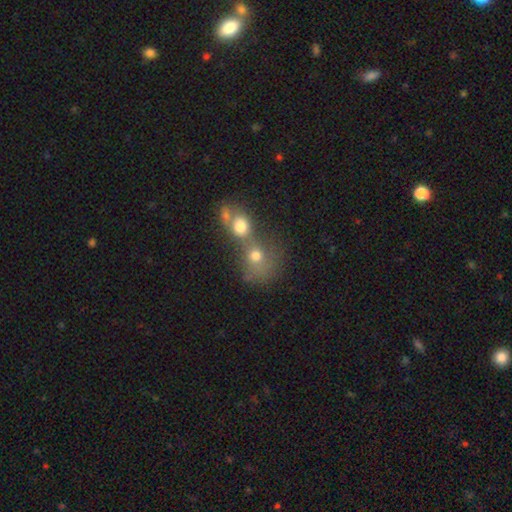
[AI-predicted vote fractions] Smooth or featured?
  - smooth: 67% *
  - featured or disk: 18%
  - star or artifact: 15%
How rounded?
  - round: 70% *
  - in between: 29%
  - cigar-shaped: 1%
Merging?
  - merger: 71% *
  - none: 18%
  - major disturbance: 6%
  - minor disturbance: 5%